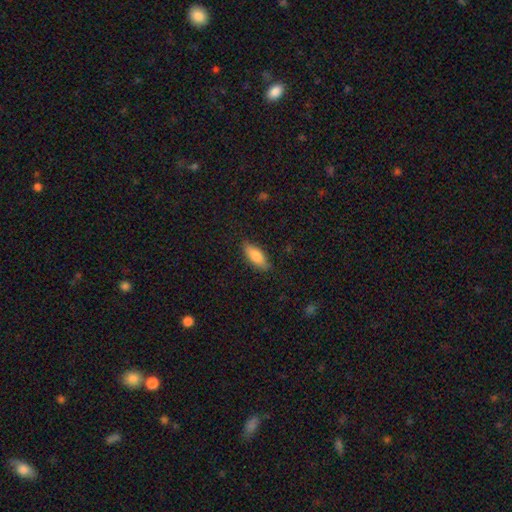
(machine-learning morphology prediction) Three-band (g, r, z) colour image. It shows a smooth galaxy with no disk features (81%) that is in between round and cigar-shaped (74%). Merging: none (83%).